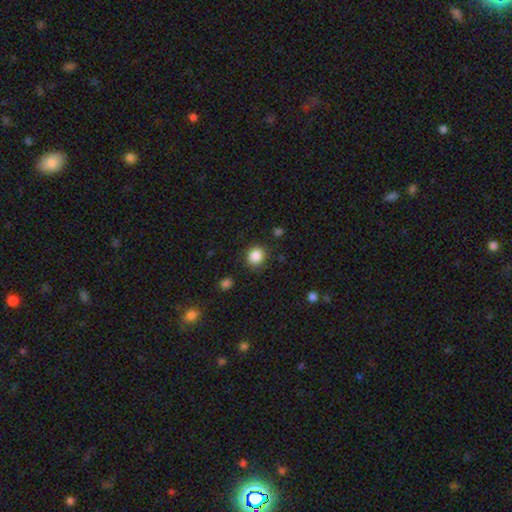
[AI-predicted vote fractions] Smooth or featured?
  - smooth: 86% *
  - star or artifact: 10%
  - featured or disk: 4%
How rounded?
  - round: 82% *
  - in between: 17%
  - cigar-shaped: 1%
Merging?
  - none: 85% *
  - minor disturbance: 10%
  - major disturbance: 3%
  - merger: 2%